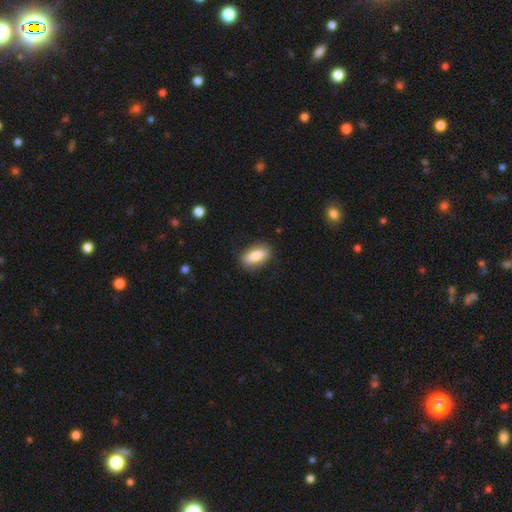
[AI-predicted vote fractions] Morphology: type=smooth (74%); roundness=in between (85%); merging=none (85%).